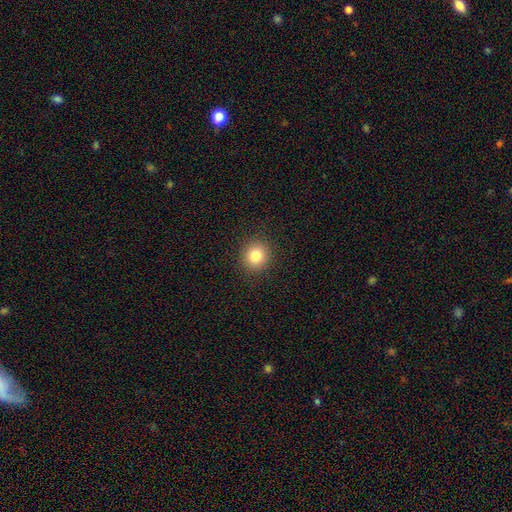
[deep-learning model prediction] Smooth or featured: smooth — 82% (star or artifact — 11%)
How rounded: round — 88% (in between — 11%)
Merging: none — 91% (minor disturbance — 6%)